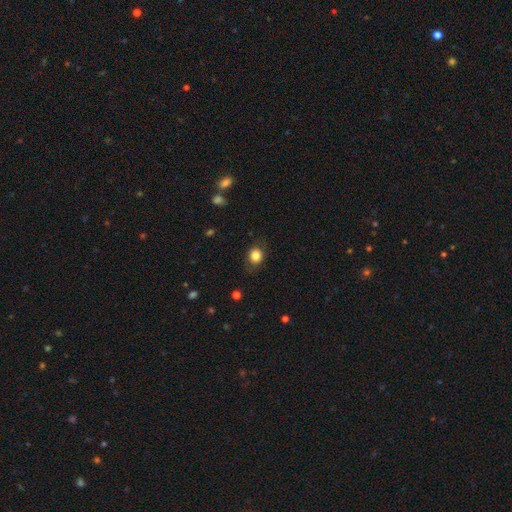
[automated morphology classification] The model was most divided on "how rounded": round: 64%, in between: 35%, cigar-shaped: 1%. More confident: smooth or featured — smooth (83%); merging — none (79%).